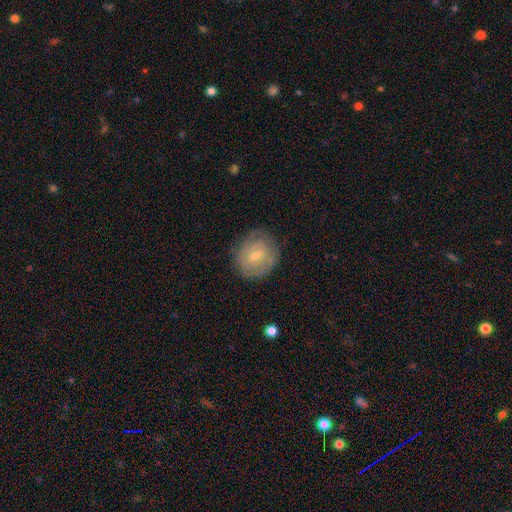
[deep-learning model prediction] smooth 46%, featured or disk 45%, star or artifact 9%. Down the decision tree: merging — none (77%).